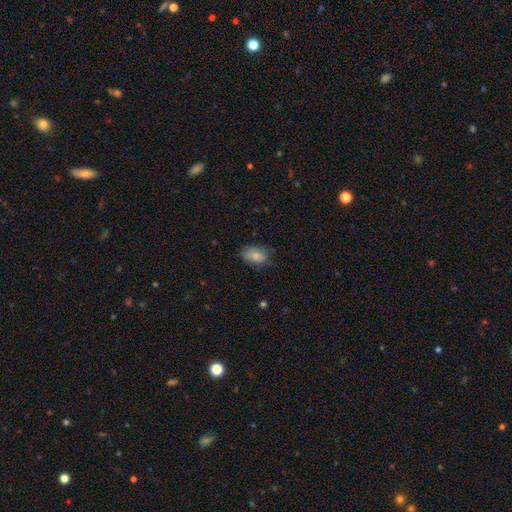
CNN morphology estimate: A smooth galaxy with no disk features (83%) that is in between round and cigar-shaped (90%).

Vote fractions:
- Smooth or featured? smooth: 83% / featured or disk: 9% / star or artifact: 7%
- How rounded? in between: 90% / round: 9% / cigar-shaped: 2%
- Merging? none: 74% / minor disturbance: 21% / major disturbance: 5% / merger: 1%